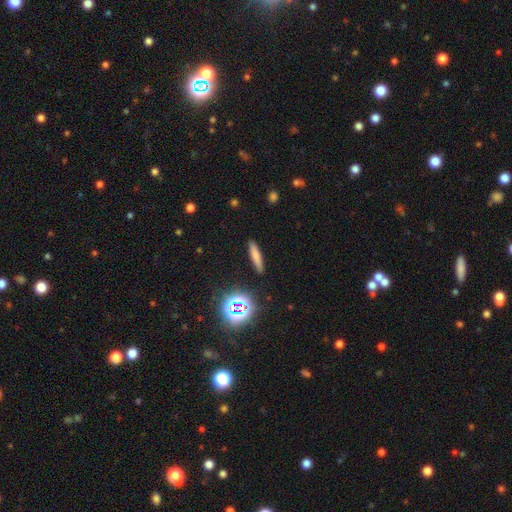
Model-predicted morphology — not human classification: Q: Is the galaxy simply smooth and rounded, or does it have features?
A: smooth — 69%.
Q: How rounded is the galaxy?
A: cigar-shaped — 86%.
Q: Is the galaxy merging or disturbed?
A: none — 89%.